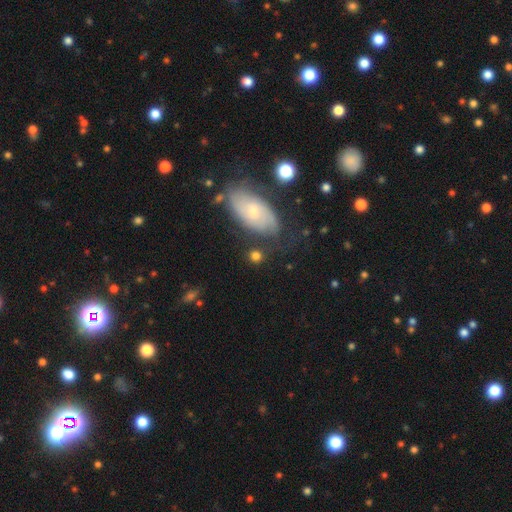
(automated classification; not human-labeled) A smooth galaxy with no disk features (70%) that is round (65%). Merging: none (69%).